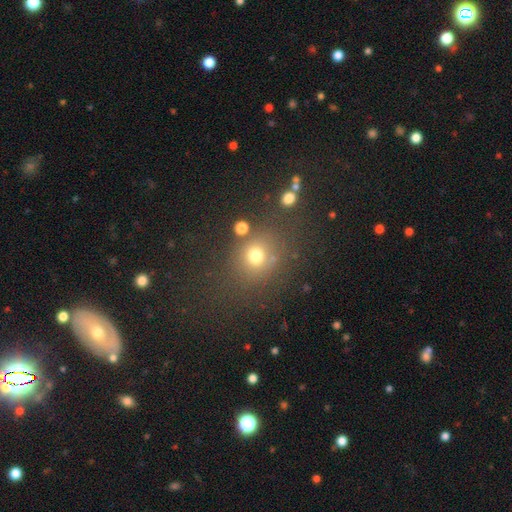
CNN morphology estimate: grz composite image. It shows a smooth galaxy with no disk features (73%) that is round (76%). Merging: none (73%).